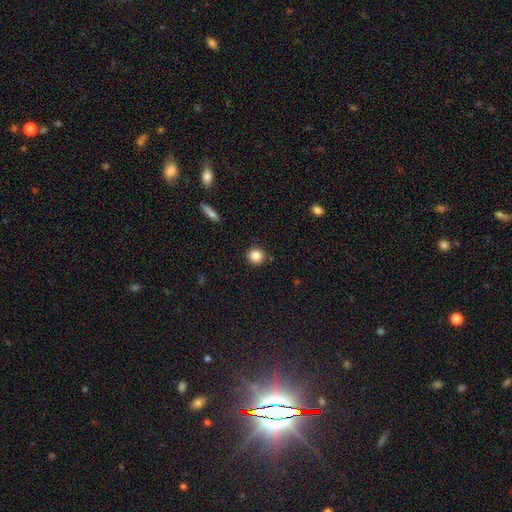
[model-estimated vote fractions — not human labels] Smooth or featured?
  - smooth: 85% *
  - star or artifact: 10%
  - featured or disk: 5%
How rounded?
  - round: 91% *
  - in between: 8%
  - cigar-shaped: 1%
Merging?
  - none: 88% *
  - minor disturbance: 7%
  - merger: 2%
  - major disturbance: 2%